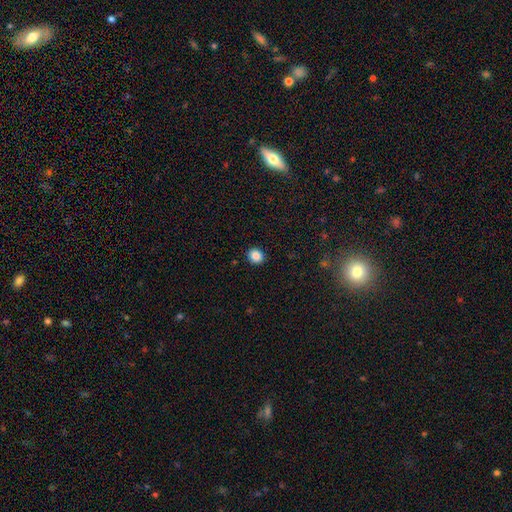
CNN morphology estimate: This is clearly a smooth galaxy (87%). How rounded: likely round (74%). Merging: clearly none (91%).